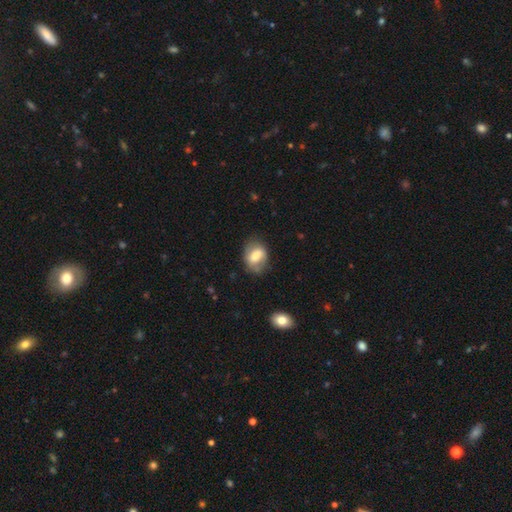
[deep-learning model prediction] The model was most divided on "smooth or featured": smooth: 66%, featured or disk: 27%, star or artifact: 8%. More confident: how rounded — in between (69%); merging — none (68%).